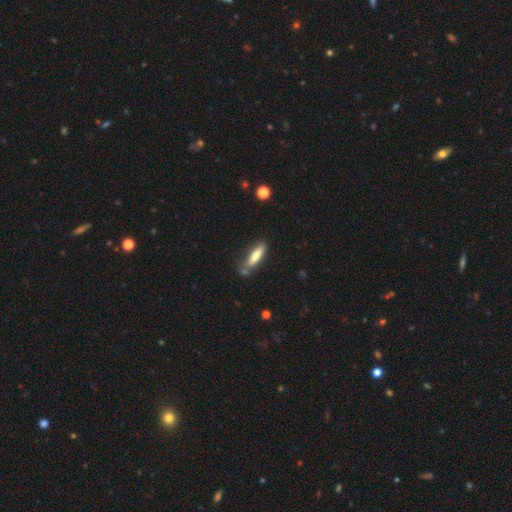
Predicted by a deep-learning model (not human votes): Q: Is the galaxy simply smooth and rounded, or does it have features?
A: smooth — 67%.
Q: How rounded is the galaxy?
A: cigar-shaped — 71%.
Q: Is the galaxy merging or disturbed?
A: none — 69%.